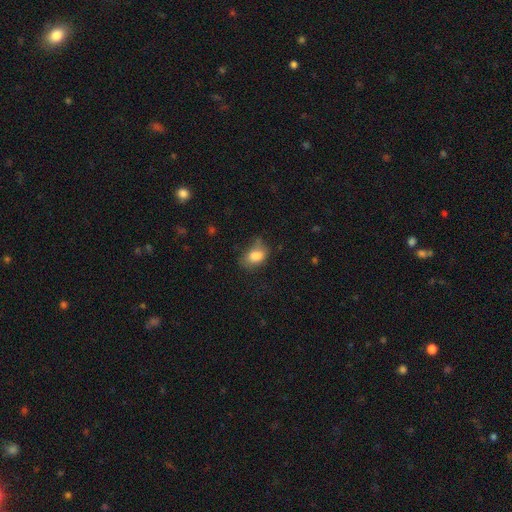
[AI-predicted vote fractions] Smooth or featured? smooth (80%)
How rounded? in between (83%)
Merging? none (44%)